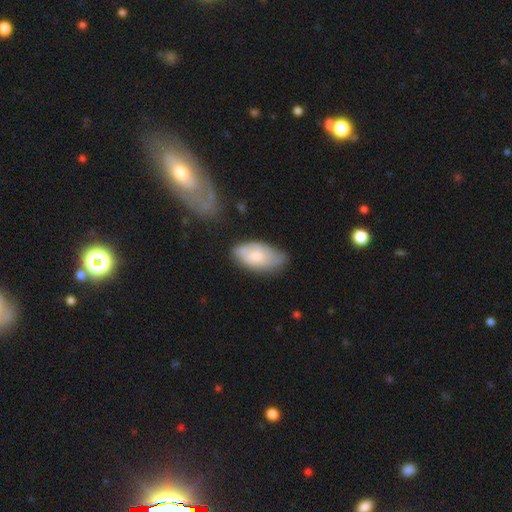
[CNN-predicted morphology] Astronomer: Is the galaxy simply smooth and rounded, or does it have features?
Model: smooth — 61%.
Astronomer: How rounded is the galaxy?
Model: in between — 93%.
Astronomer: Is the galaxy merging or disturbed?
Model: none — 59%.